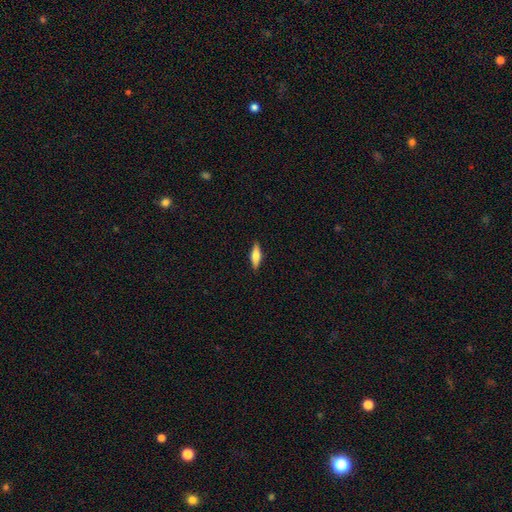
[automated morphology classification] Smooth or featured?
  - smooth: 63% *
  - featured or disk: 30%
  - star or artifact: 6%
How rounded?
  - cigar-shaped: 52% *
  - in between: 45%
  - round: 2%
Merging?
  - none: 88% *
  - minor disturbance: 9%
  - major disturbance: 2%
  - merger: 1%